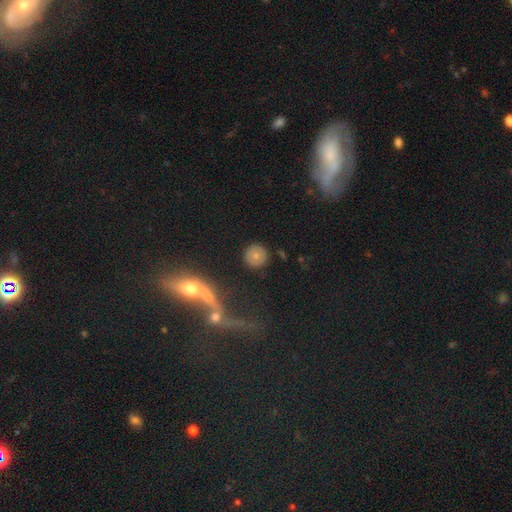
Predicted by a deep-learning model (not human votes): smooth 71%, featured or disk 18%, star or artifact 10%. Down the decision tree: how rounded — round (92%); merging — none (88%).